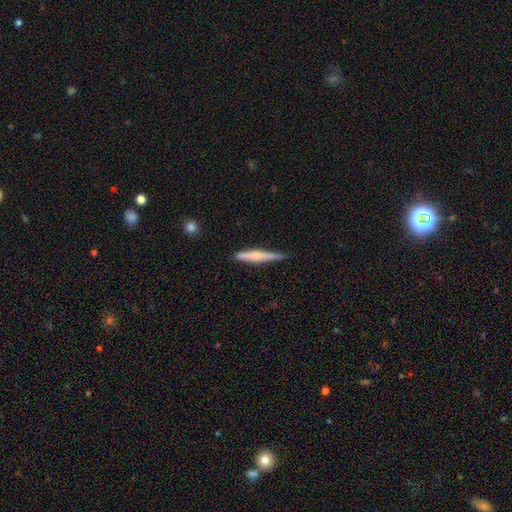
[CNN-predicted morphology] Smooth or featured? smooth (53%)
How rounded? cigar-shaped (94%)
Merging? none (81%)